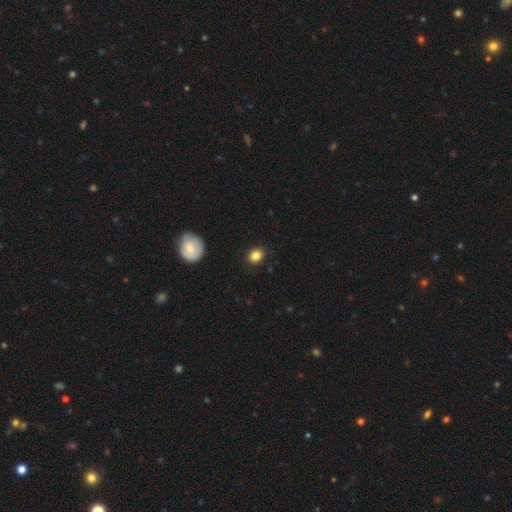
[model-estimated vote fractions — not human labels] This appears to be a smooth galaxy with no disk features (85%) that is round (60%). Merging: none (88%).